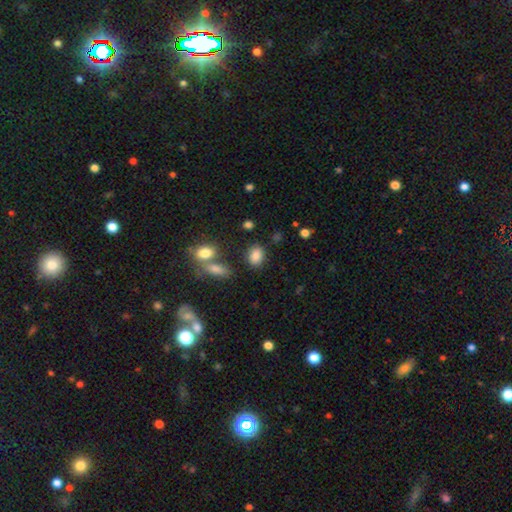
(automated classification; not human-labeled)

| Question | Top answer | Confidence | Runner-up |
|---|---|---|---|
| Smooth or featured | smooth | 85% | star or artifact (9%) |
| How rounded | in between | 77% | round (21%) |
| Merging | none | 78% | minor disturbance (11%) |